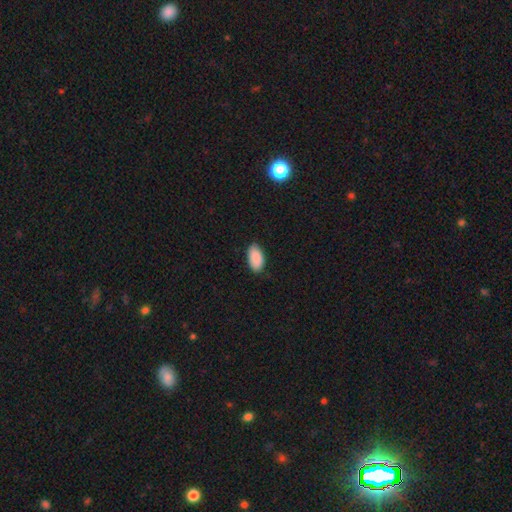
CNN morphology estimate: The model was most divided on "merging": none: 85%, minor disturbance: 12%, major disturbance: 2%, merger: 1%. More confident: how rounded — in between (95%); smooth or featured — smooth (90%).